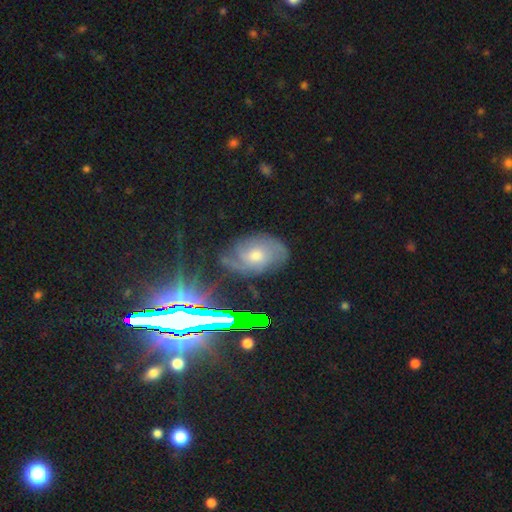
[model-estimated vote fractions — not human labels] Overall: featured or disk (64%). Edge-on disk: no (95%). Bar: no (74%). Spiral arms: yes (88%). Spiral arm count: can't tell (40%; 2 23%). Spiral winding: tight (52%; medium 35%). Bulge size: moderate (61%; small 30%). Merging: none (69%).